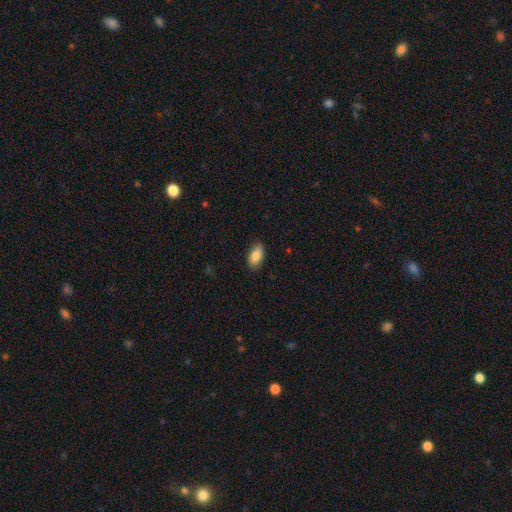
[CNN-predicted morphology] Q: Smooth or featured?
A: smooth (86%); runner-up: featured or disk (7%)
Q: How rounded?
A: in between (92%); runner-up: cigar-shaped (5%)
Q: Merging?
A: none (84%); runner-up: minor disturbance (13%)